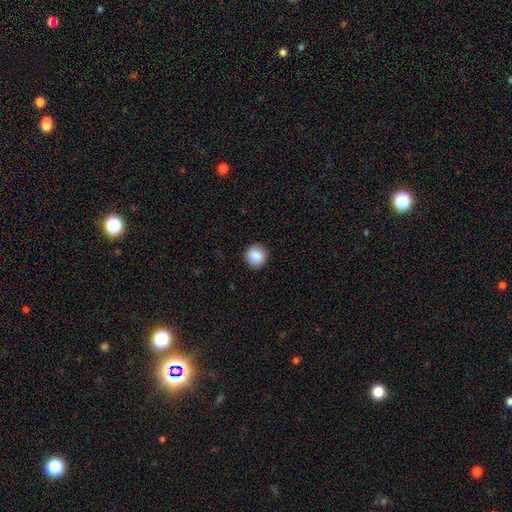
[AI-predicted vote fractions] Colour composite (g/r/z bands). It shows a smooth galaxy with no disk features (88%) that is round (91%). Merging: none (90%).